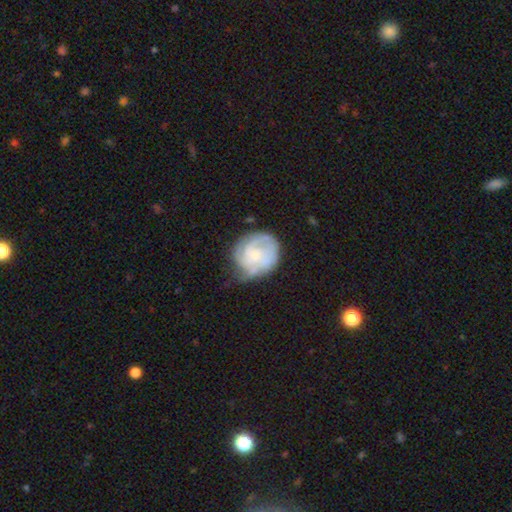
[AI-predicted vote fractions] Overall: featured or disk (76%). Edge-on disk: no (98%). Bar: no (72%). Spiral arms: yes (92%). Spiral arm count: can't tell (30%; 3 29%). Spiral winding: tight (63%; medium 29%). Bulge size: small (56%; moderate 26%). Merging: none (58%; minor disturbance 28%).